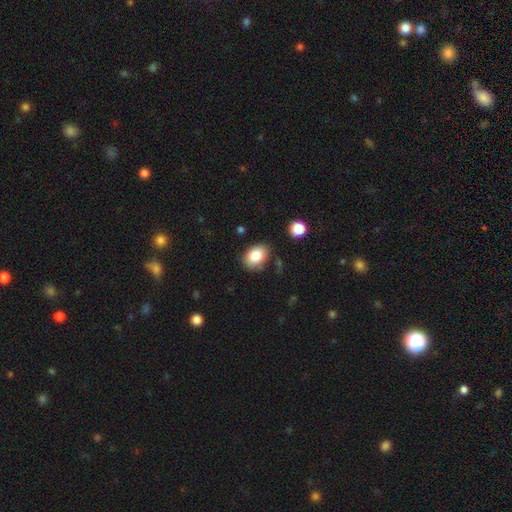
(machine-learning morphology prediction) Smooth or featured?
  - smooth: 84% *
  - star or artifact: 8%
  - featured or disk: 8%
How rounded?
  - in between: 80% *
  - round: 19%
  - cigar-shaped: 1%
Merging?
  - none: 79% *
  - minor disturbance: 14%
  - major disturbance: 3%
  - merger: 3%